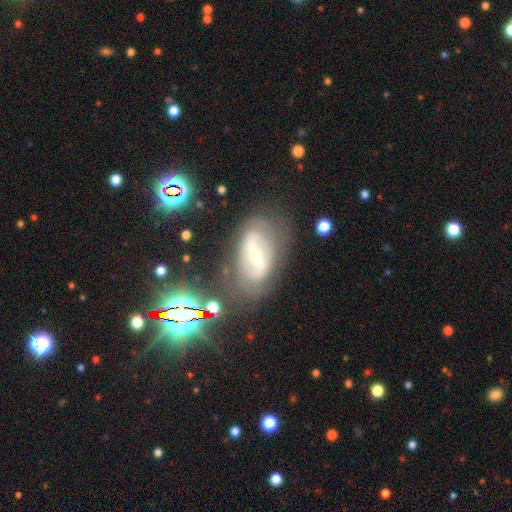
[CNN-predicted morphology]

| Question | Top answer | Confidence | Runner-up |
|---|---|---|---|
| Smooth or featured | featured or disk | 76% | smooth (14%) |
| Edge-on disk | no | 89% | yes (11%) |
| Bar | strong | 70% | weak (22%) |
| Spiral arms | yes | 66% | no (34%) |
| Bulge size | small | 56% | moderate (37%) |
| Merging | none | 70% | minor disturbance (18%) |